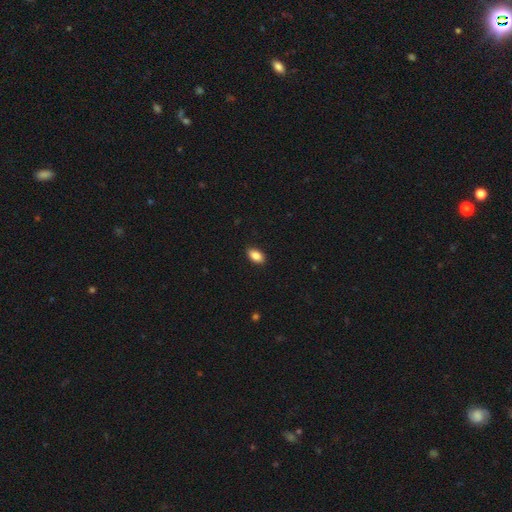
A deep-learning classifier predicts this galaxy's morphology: Overall: smooth (87%). How rounded: in between (92%). Merging: none (89%).